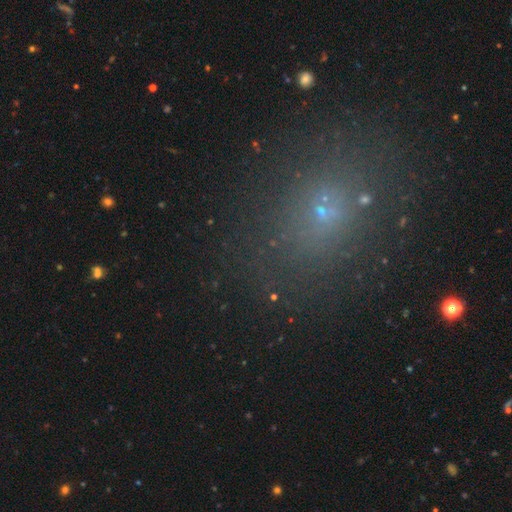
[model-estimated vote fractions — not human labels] Smooth or featured?
  - smooth: 49% *
  - star or artifact: 37%
  - featured or disk: 14%
Merging?
  - none: 81% *
  - minor disturbance: 11%
  - major disturbance: 5%
  - merger: 3%